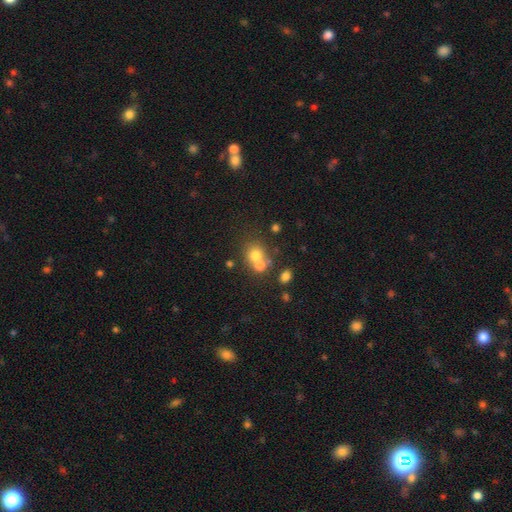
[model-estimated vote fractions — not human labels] Smooth or featured? smooth (71%)
How rounded? round (78%)
Merging? none (44%, tied with merger)